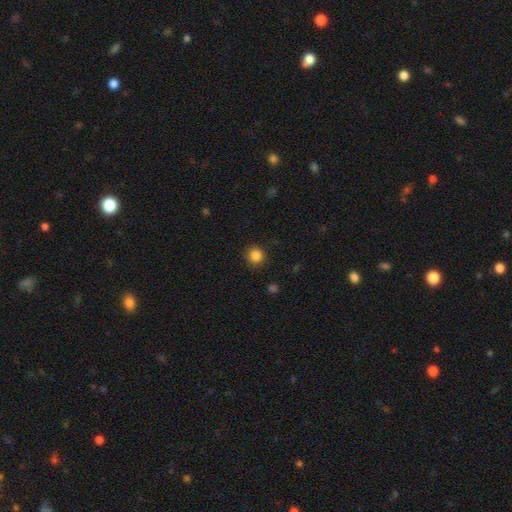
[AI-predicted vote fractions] Smooth or featured: smooth — 86% (star or artifact — 11%)
How rounded: round — 86% (in between — 13%)
Merging: none — 89% (minor disturbance — 8%)